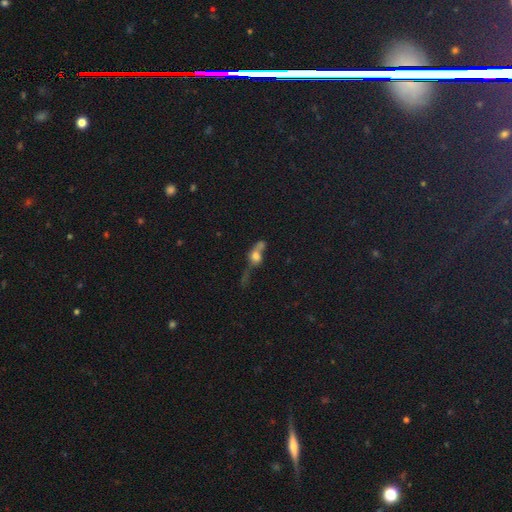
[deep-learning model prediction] The model was most divided on "merging": merger: 39%, major disturbance: 28%, none: 21%, minor disturbance: 12%. Remaining: smooth or featured — smooth (48%).